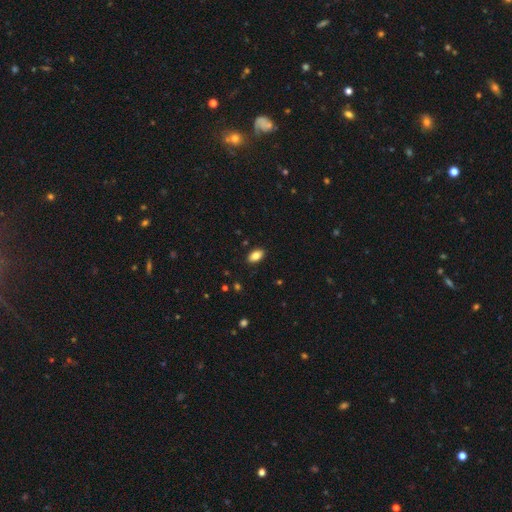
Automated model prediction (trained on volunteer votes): This appears to be a smooth galaxy with no disk features (86%) that is in between round and cigar-shaped (92%). Merging: none (89%).